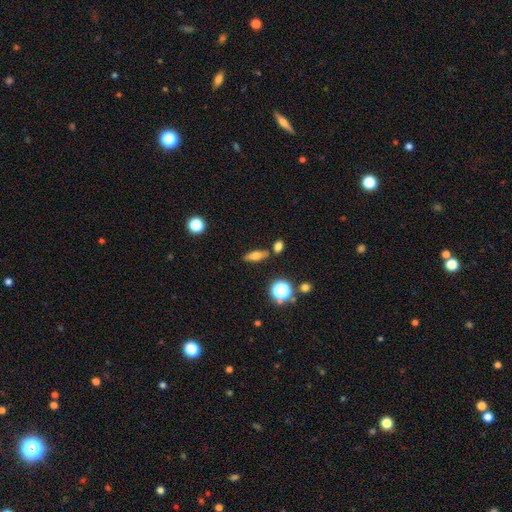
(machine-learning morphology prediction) Smooth or featured: smooth — 59% (featured or disk — 28%)
How rounded: in between — 53% (cigar-shaped — 38%)
Merging: none — 75% (merger — 11%)